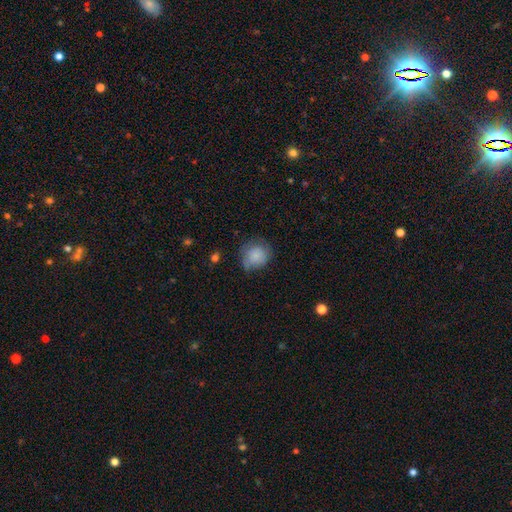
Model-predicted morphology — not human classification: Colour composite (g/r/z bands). It shows a smooth galaxy with no disk features (72%) that is round (82%). Merging: none (58%).